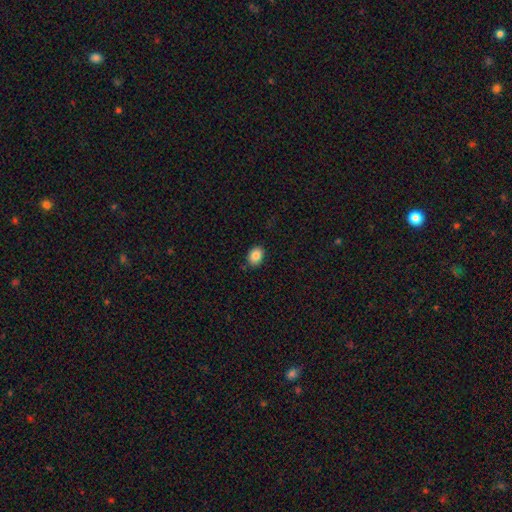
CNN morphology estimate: smooth 86%, star or artifact 9%, featured or disk 5%. Down the decision tree: how rounded — in between (63%); merging — none (84%).